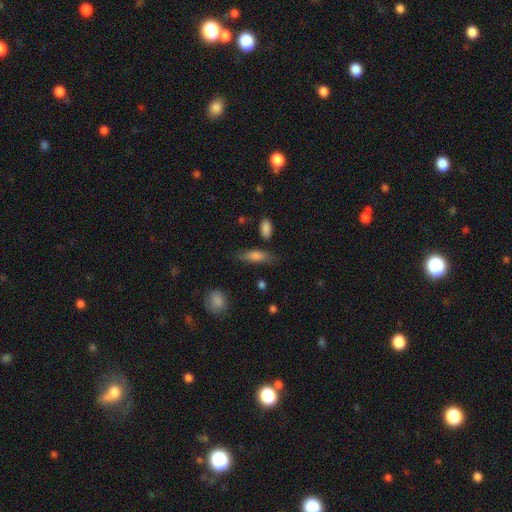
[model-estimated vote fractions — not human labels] The model was most divided on "how rounded": in between: 62%, cigar-shaped: 34%, round: 3%. More confident: smooth or featured — smooth (75%); merging — none (66%).